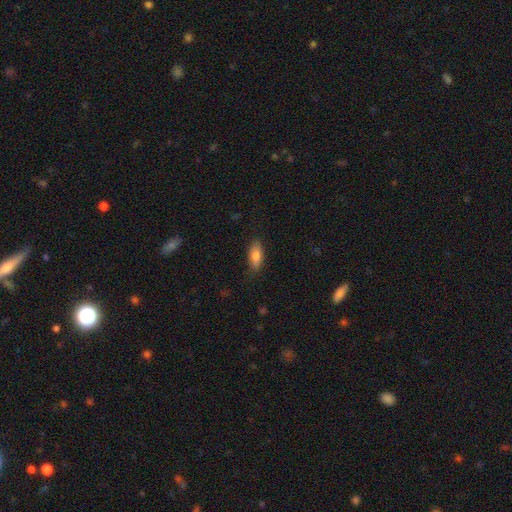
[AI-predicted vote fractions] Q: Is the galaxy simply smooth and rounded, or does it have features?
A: smooth — 82%.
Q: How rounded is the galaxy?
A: in between — 81%.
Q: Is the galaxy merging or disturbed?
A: none — 82%.